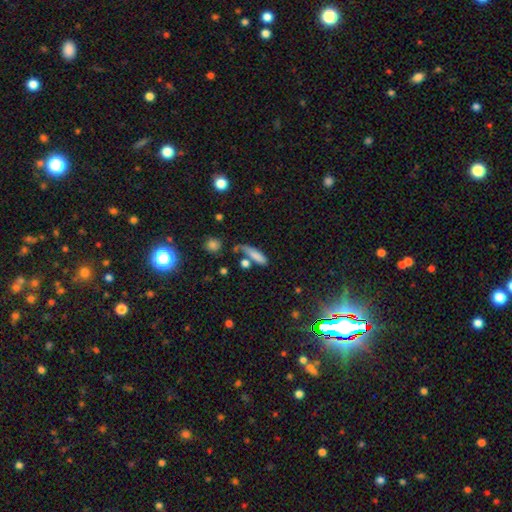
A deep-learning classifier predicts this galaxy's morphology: Smooth or featured? smooth (78%)
How rounded? cigar-shaped (65%)
Merging? none (48%)